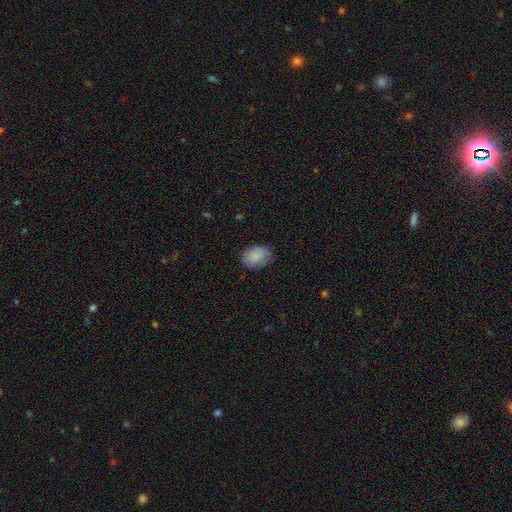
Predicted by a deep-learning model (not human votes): Smooth or featured? Predicted: smooth (p=0.80). How rounded? Predicted: in between (p=0.70). Merging? Predicted: none (p=0.72).